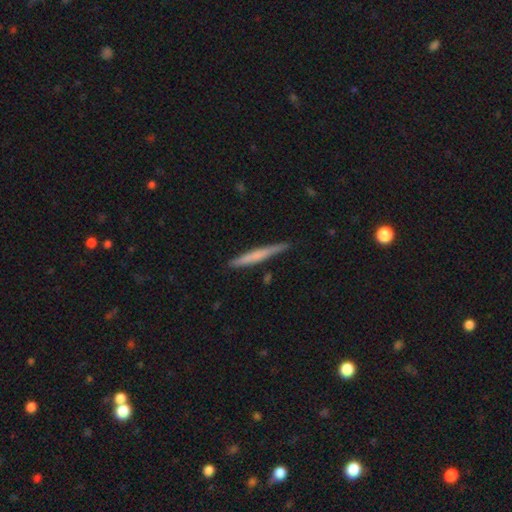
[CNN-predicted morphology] A smooth galaxy with no disk features (57%) that is cigar-shaped (96%). Merging: none (86%).